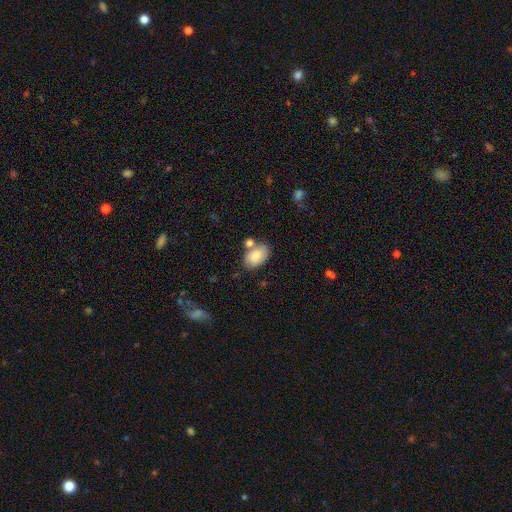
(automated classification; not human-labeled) smooth-or-featured: smooth: 76% | featured or disk: 17% | star or artifact: 7%
  how-rounded: in between: 87% | round: 12% | cigar-shaped: 1%
  merging: none: 58% | merger: 20% | minor disturbance: 18% | major disturbance: 5%